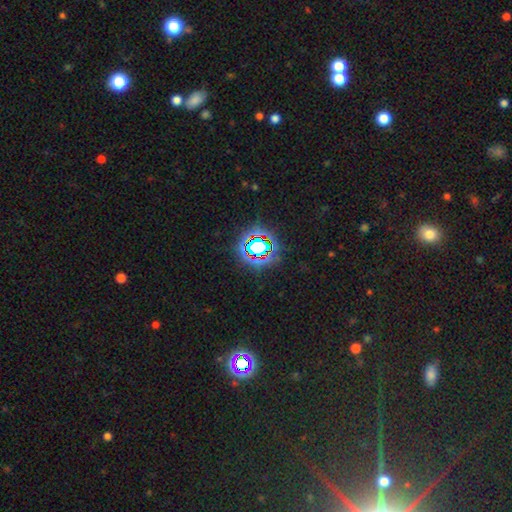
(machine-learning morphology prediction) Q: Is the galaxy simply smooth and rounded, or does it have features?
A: star or artifact — 76%.